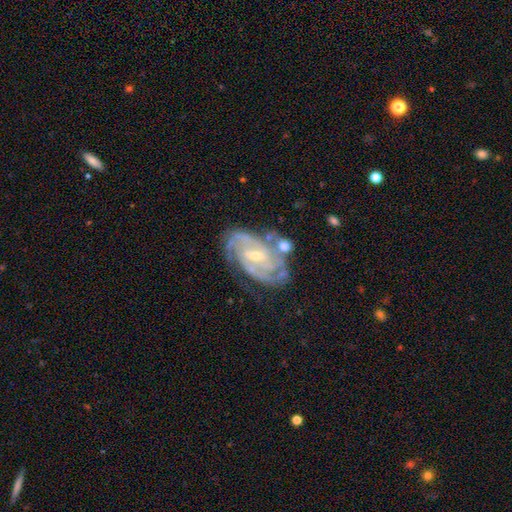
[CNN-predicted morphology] A featured or disk galaxy (89%) with a weak bar (49%), 3 (31%) tight (61%) spiral arms (98%) and a small central bulge (63%). Merging: none (67%).